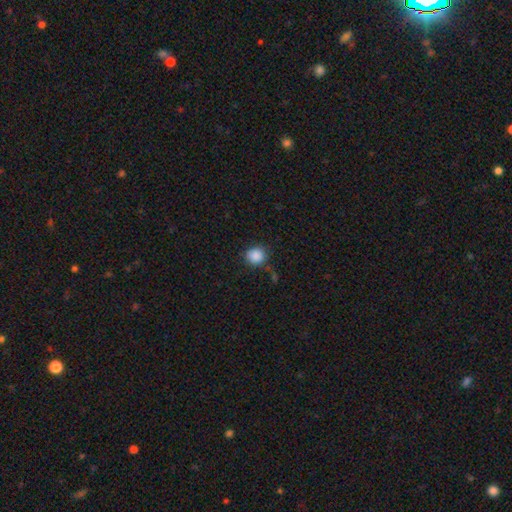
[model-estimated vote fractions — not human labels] This appears to be a smooth galaxy with no disk features (88%) that is round (87%). Merging: none (82%).